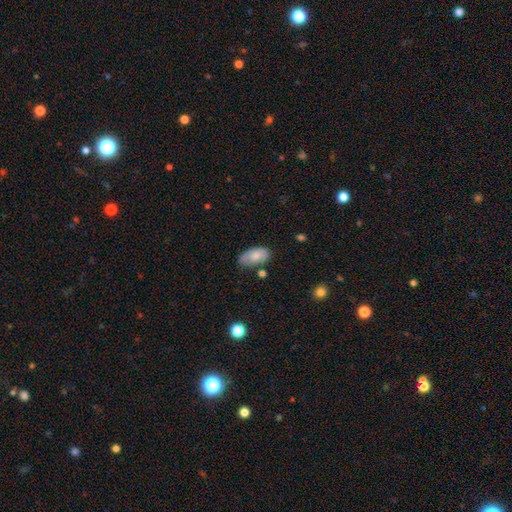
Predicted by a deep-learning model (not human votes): This is likely a smooth galaxy (79%). How rounded: clearly in between (94%). Merging: likely none (62%).